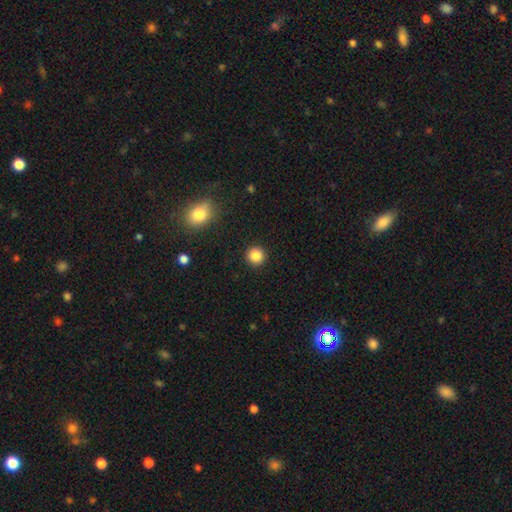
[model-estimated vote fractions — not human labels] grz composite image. It shows a smooth galaxy with no disk features (86%) that is round (94%). Merging: none (92%).